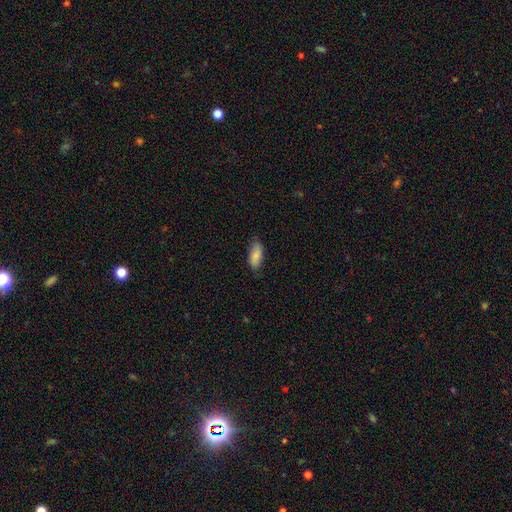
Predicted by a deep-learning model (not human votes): smooth 84%, featured or disk 10%, star or artifact 6%. Down the decision tree: how rounded — in between (87%); merging — none (80%).